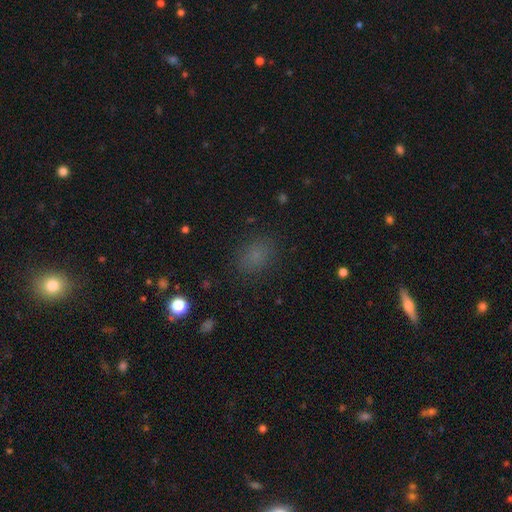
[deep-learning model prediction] Smooth or featured?
  - smooth: 75% *
  - star or artifact: 19%
  - featured or disk: 6%
How rounded?
  - in between: 53% *
  - round: 46%
  - cigar-shaped: 1%
Merging?
  - none: 84% *
  - minor disturbance: 11%
  - major disturbance: 4%
  - merger: 1%